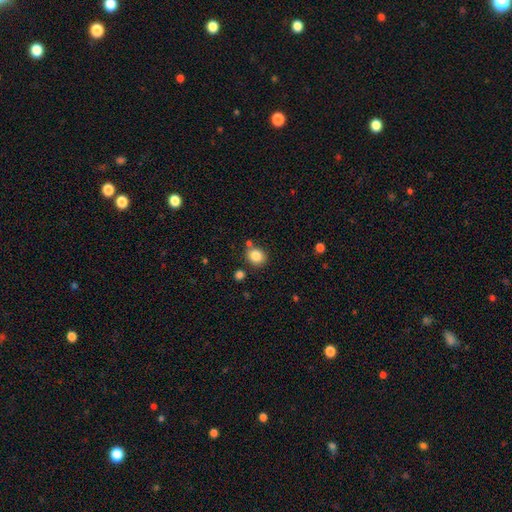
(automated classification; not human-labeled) This appears to be a smooth galaxy with no disk features (84%) that is round (72%). Merging: none (75%).